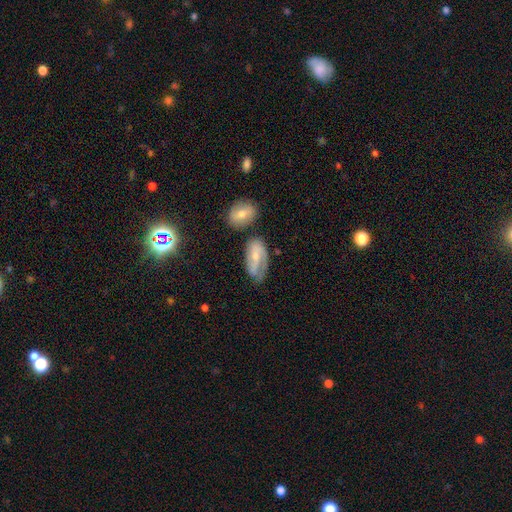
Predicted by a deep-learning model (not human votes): This appears to be a featured or disk galaxy (56%) with a weak bar (43%), spiral arms (79%) and a small central bulge (58%). Merging: none (55%).